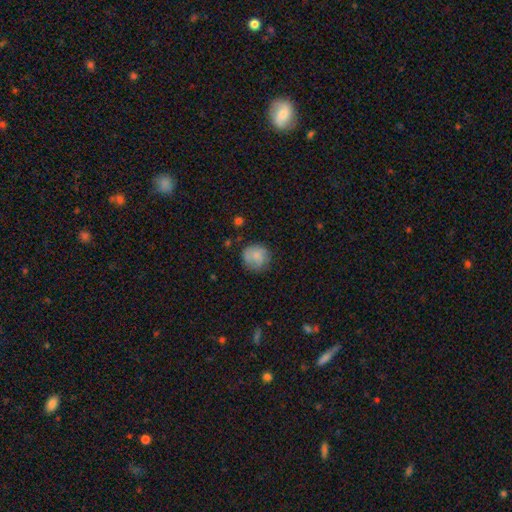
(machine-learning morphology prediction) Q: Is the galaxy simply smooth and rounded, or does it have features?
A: smooth — 72%.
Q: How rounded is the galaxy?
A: round — 88%.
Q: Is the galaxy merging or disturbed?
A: none — 71%.